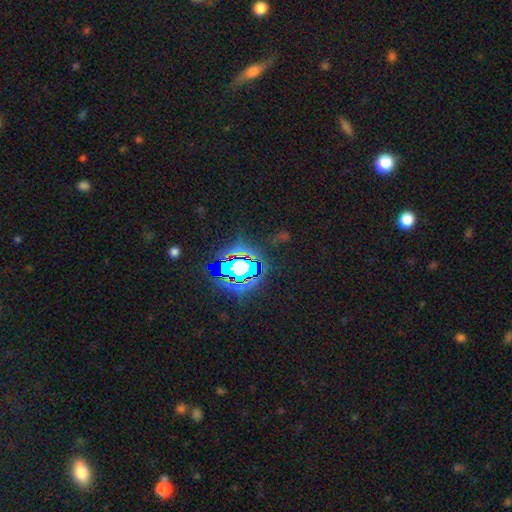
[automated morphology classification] Smooth or featured: star or artifact — 75% (smooth — 14%)